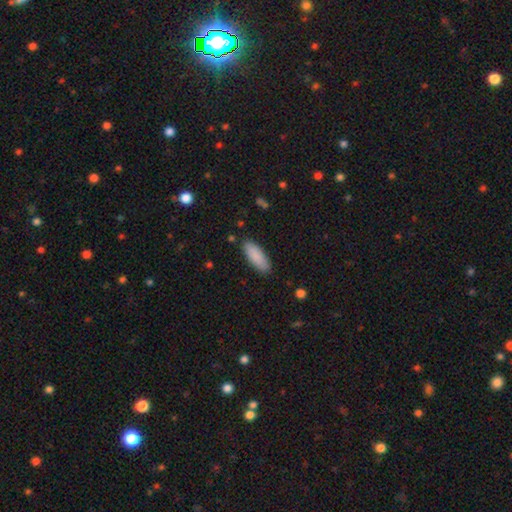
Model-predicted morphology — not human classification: smooth 88%, featured or disk 6%, star or artifact 6%. Down the decision tree: how rounded — in between (68%); merging — none (87%).